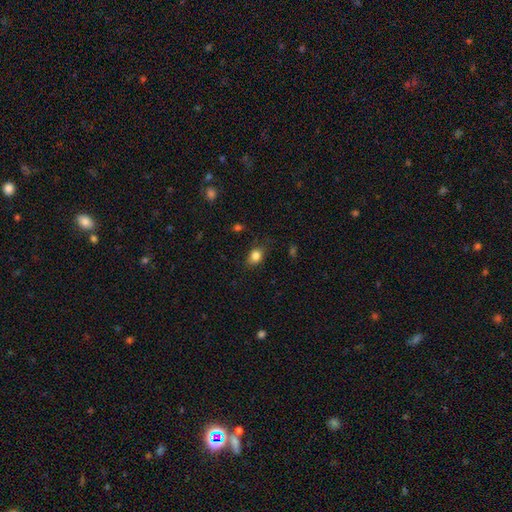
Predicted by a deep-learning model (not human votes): Smooth or featured: smooth — 84% (star or artifact — 10%)
How rounded: in between — 71% (round — 27%)
Merging: none — 77% (minor disturbance — 18%)